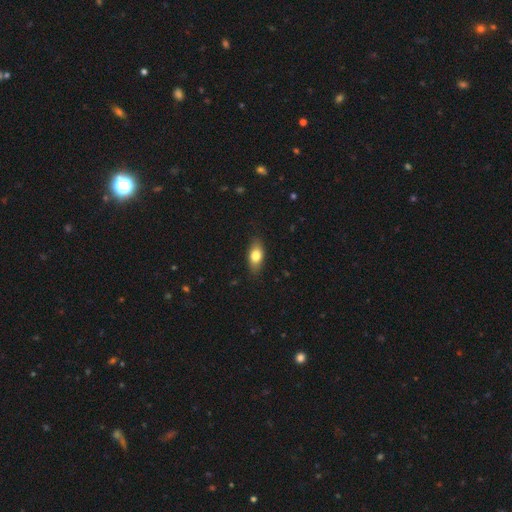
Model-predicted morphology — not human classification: type=smooth (76%); roundness=in between (85%); merging=none (84%).